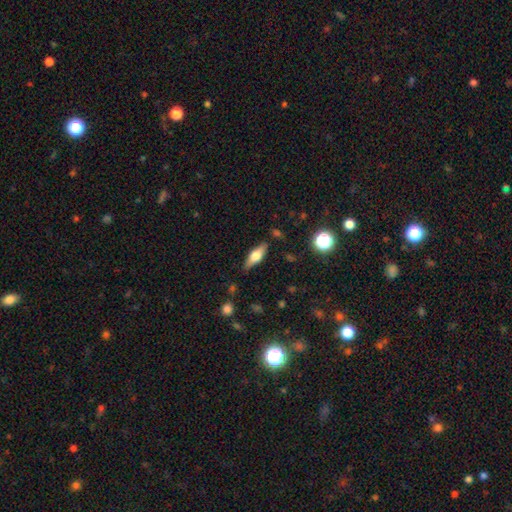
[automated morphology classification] A smooth galaxy with no disk features (52%) that is in between round and cigar-shaped (59%).

Vote fractions:
- Smooth or featured? smooth: 52% / featured or disk: 40% / star or artifact: 8%
- How rounded? in between: 59% / cigar-shaped: 37% / round: 3%
- Merging? none: 83% / minor disturbance: 12% / major disturbance: 3% / merger: 2%